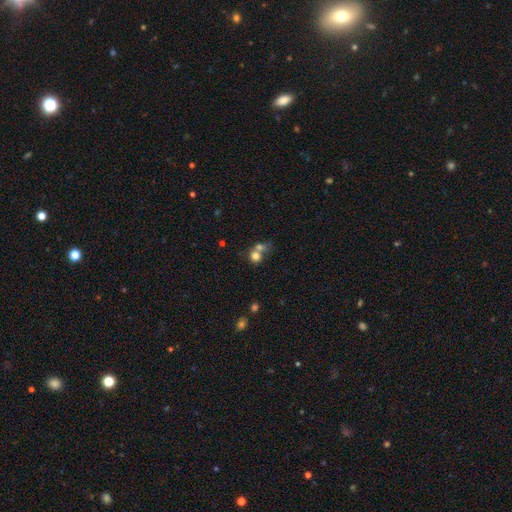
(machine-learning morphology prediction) Q: Smooth or featured?
A: smooth (73%); runner-up: featured or disk (14%)
Q: How rounded?
A: round (82%); runner-up: in between (17%)
Q: Merging?
A: merger (53%); runner-up: none (35%)